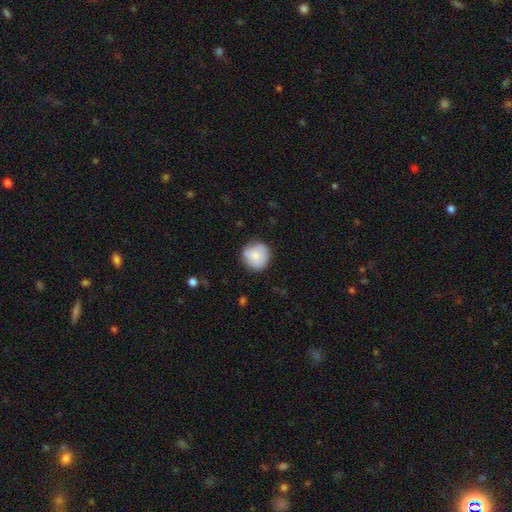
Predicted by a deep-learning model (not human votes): A smooth galaxy with no disk features (79%) that is round (92%).

Vote fractions:
- Smooth or featured? smooth: 79% / featured or disk: 15% / star or artifact: 7%
- How rounded? round: 92% / in between: 7% / cigar-shaped: 1%
- Merging? none: 80% / minor disturbance: 15% / major disturbance: 3% / merger: 2%